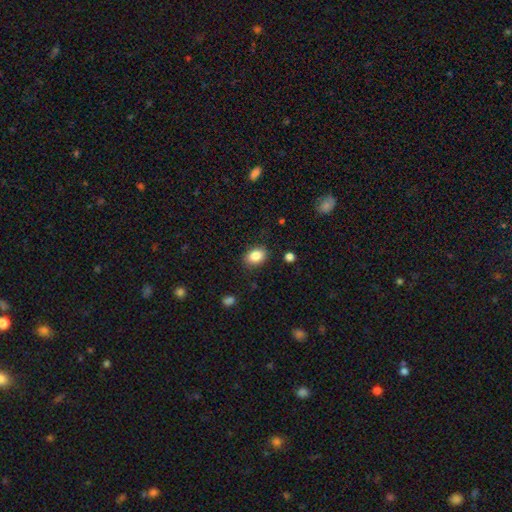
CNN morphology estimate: type=smooth (85%); roundness=in between (73%); merging=none (85%).